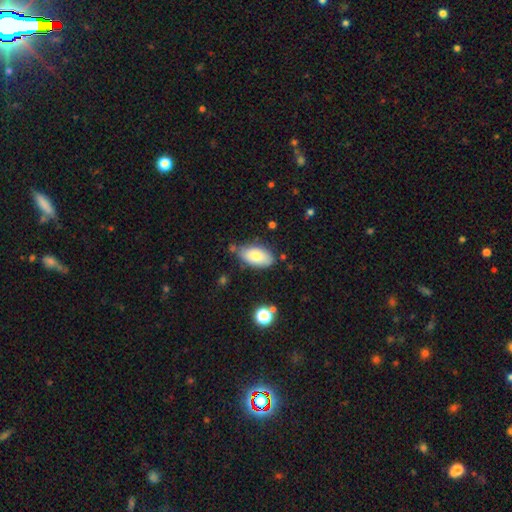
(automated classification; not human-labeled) This appears to be a smooth galaxy with no disk features (76%) that is in between round and cigar-shaped (93%). Merging: none (71%).